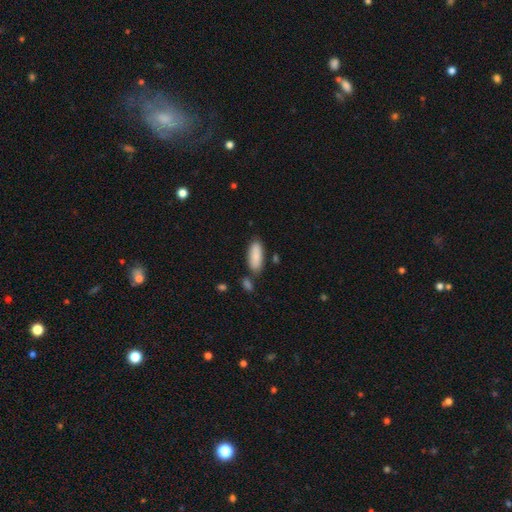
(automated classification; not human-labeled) Smooth or featured?
  - smooth: 88% *
  - featured or disk: 7%
  - star or artifact: 6%
How rounded?
  - in between: 74% *
  - cigar-shaped: 24%
  - round: 2%
Merging?
  - none: 75% *
  - minor disturbance: 14%
  - merger: 9%
  - major disturbance: 3%